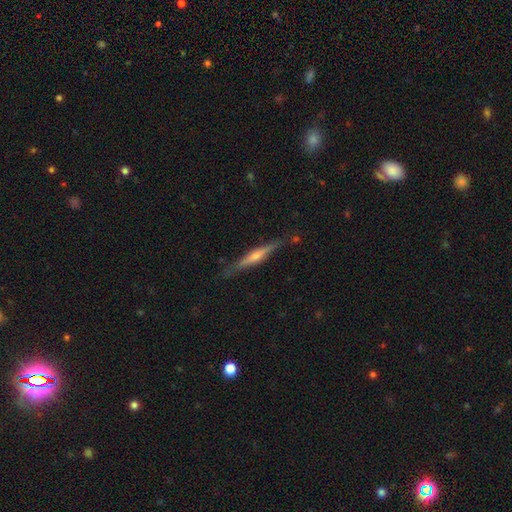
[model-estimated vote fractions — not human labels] smooth-or-featured: featured or disk: 75% | smooth: 19% | star or artifact: 6%
  disk-edge-on: yes: 97% | no: 3%
    edge-on-bulge: rounded: 75% | none: 13% | boxy: 12%
  merging: none: 85% | minor disturbance: 11% | major disturbance: 2% | merger: 2%